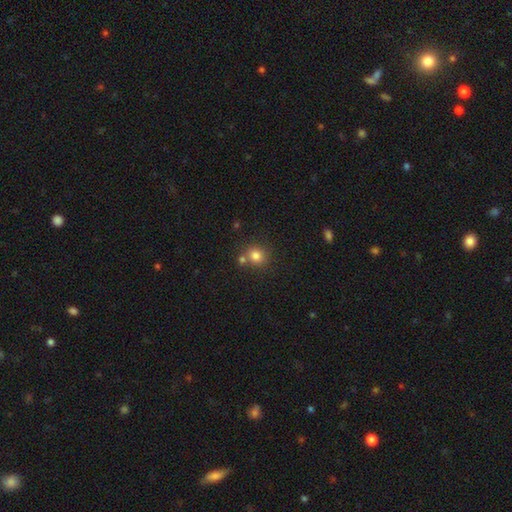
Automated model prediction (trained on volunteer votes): The model was most divided on "merging": none: 65%, merger: 23%, minor disturbance: 9%, major disturbance: 3%. More confident: how rounded — round (87%); smooth or featured — smooth (80%).